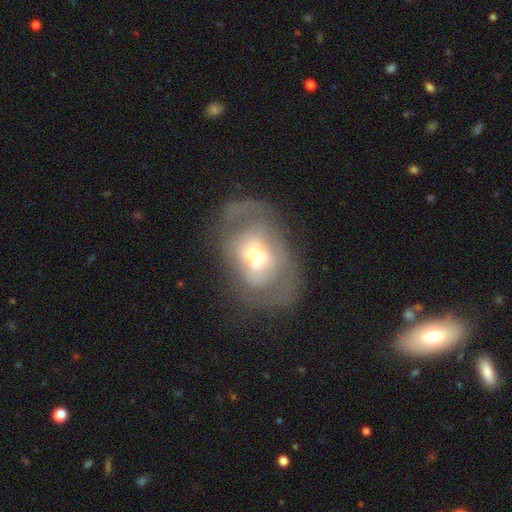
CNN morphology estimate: type=featured or disk (48%); merging=none (46%).